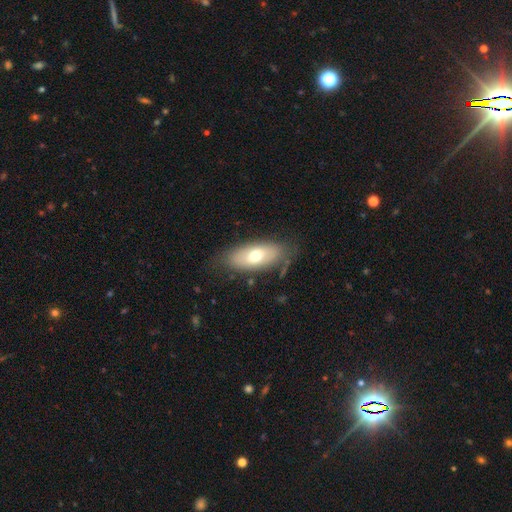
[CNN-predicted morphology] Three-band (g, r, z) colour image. It shows a smooth galaxy with no disk features (65%) that is in between round and cigar-shaped (86%). Merging: none (74%).